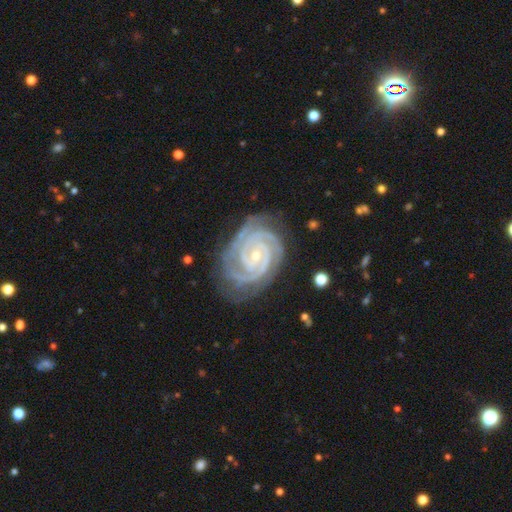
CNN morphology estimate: type=featured or disk (93%); edge-on=no (98%); bar=no (58%); spiral arms=yes (99%); winding=tight (84%); arm count=3 (33%); bulge=small (74%); merging=none (77%).